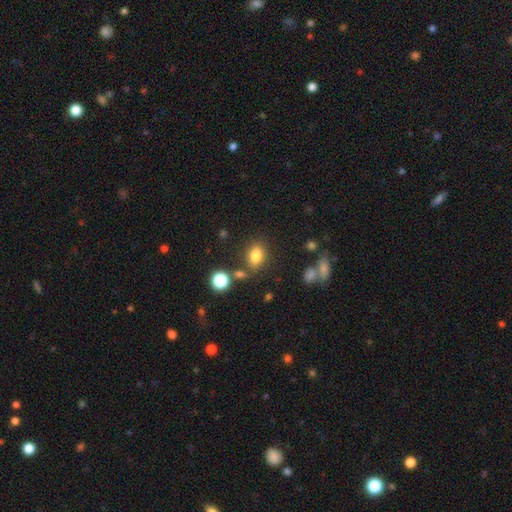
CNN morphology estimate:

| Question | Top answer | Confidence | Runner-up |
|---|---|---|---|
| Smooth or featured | smooth | 80% | star or artifact (12%) |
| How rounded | in between | 77% | round (22%) |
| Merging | none | 73% | minor disturbance (13%) |